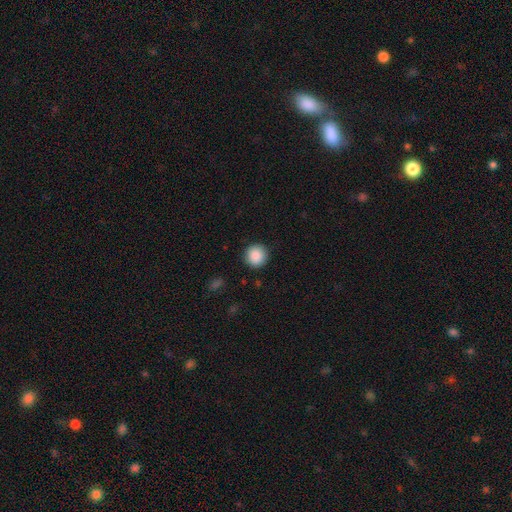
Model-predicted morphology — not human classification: Q: Smooth or featured?
A: smooth (89%); runner-up: star or artifact (8%)
Q: How rounded?
A: round (94%); runner-up: in between (5%)
Q: Merging?
A: none (91%); runner-up: minor disturbance (6%)